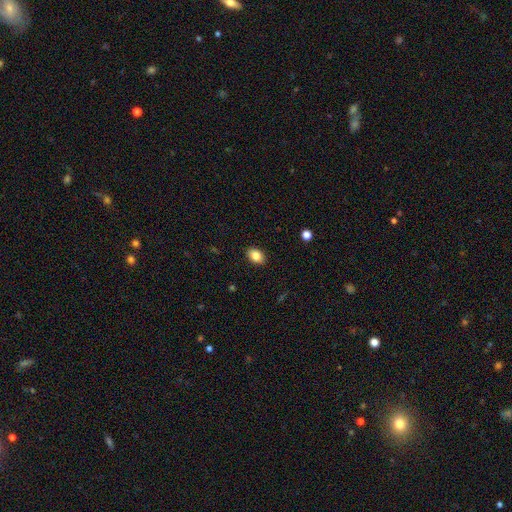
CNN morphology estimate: The model was most divided on "how rounded": in between: 81%, round: 18%, cigar-shaped: 1%. More confident: merging — none (89%); smooth or featured — smooth (84%).